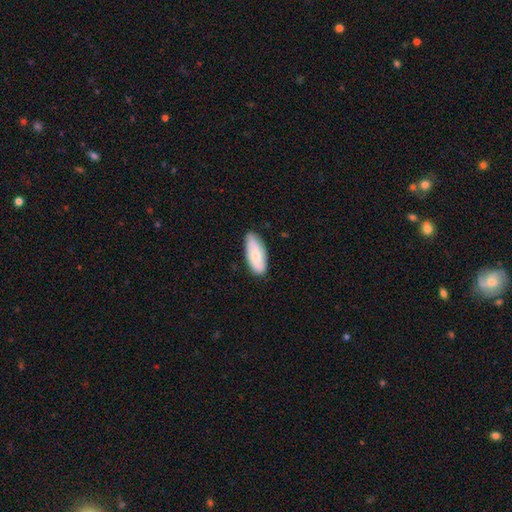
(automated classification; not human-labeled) smooth_or_featured: smooth (p=0.71) [alt: featured or disk p=0.23]
how_rounded: in between (p=0.81) [alt: cigar-shaped p=0.17]
merging: none (p=0.77) [alt: minor disturbance p=0.19]